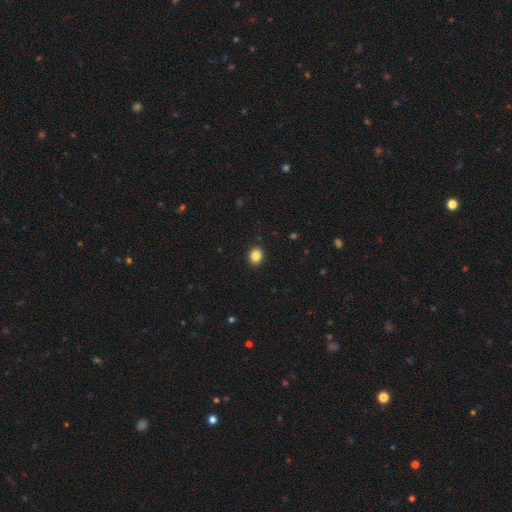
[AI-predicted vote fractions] smooth-or-featured: smooth: 86% | star or artifact: 10% | featured or disk: 4%
  how-rounded: round: 62% | in between: 37% | cigar-shaped: 1%
  merging: none: 92% | minor disturbance: 6% | major disturbance: 2% | merger: 1%